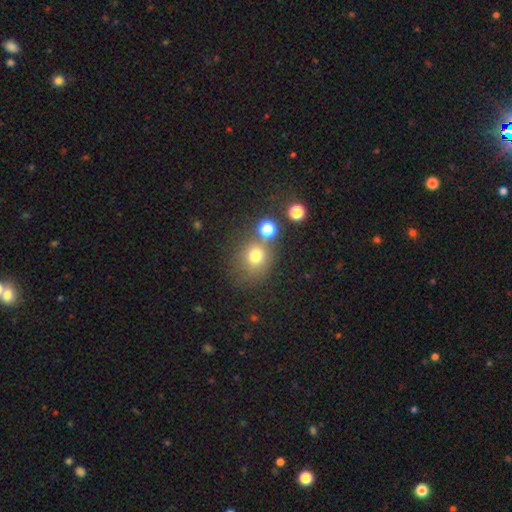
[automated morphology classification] This is likely a smooth galaxy (72%). How rounded: clearly round (82%). Merging: likely none (63%).